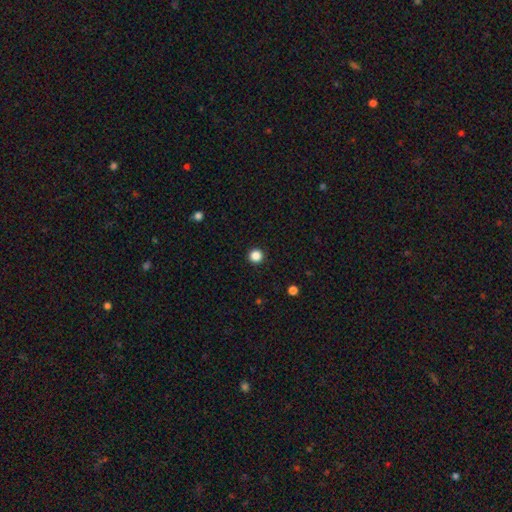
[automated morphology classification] A smooth galaxy with no disk features (86%) that is round (96%).

Vote fractions:
- Smooth or featured? smooth: 86% / star or artifact: 11% / featured or disk: 3%
- How rounded? round: 96% / in between: 3% / cigar-shaped: 1%
- Merging? none: 94% / minor disturbance: 4% / major disturbance: 1% / merger: 1%